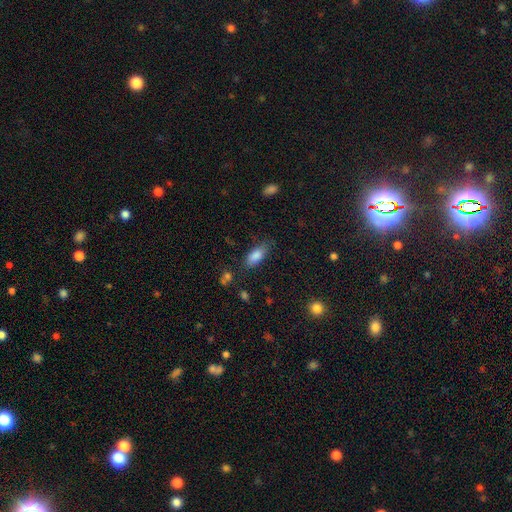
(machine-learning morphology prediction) smooth_or_featured: smooth (p=0.84) [alt: featured or disk p=0.08]
how_rounded: in between (p=0.83) [alt: cigar-shaped p=0.14]
merging: none (p=0.72) [alt: minor disturbance p=0.20]